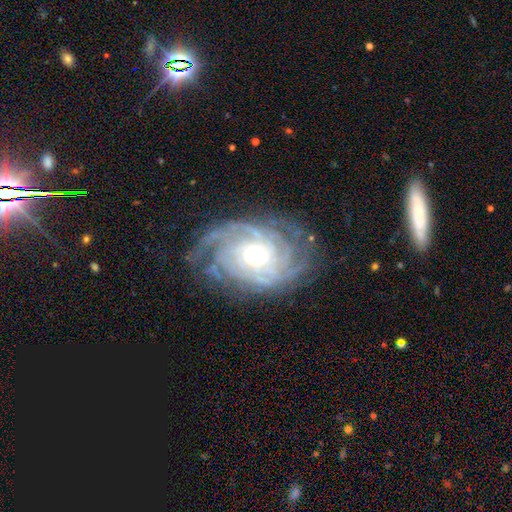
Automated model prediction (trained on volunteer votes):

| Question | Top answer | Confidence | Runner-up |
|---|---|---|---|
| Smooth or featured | featured or disk | 90% | star or artifact (6%) |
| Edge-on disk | no | 96% | yes (4%) |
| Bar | no | 64% | weak (27%) |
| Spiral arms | yes | 98% | no (2%) |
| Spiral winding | tight | 73% | medium (22%) |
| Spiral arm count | can't tell | 26% | 4 (23%) |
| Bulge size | moderate | 49% | small (44%) |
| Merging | none | 75% | minor disturbance (17%) |